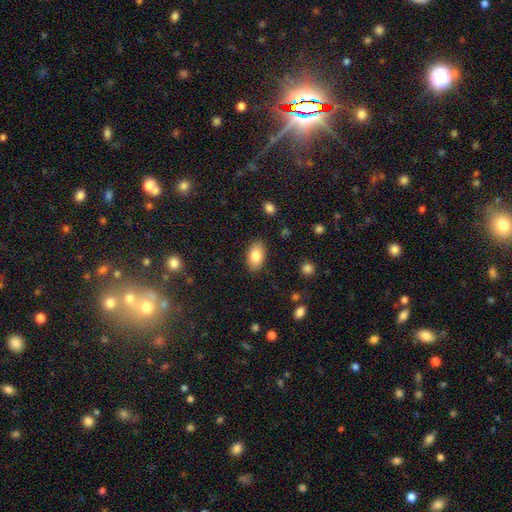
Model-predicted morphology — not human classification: Smooth or featured? Predicted: smooth (p=0.82). How rounded? Predicted: in between (p=0.93). Merging? Predicted: none (p=0.87).